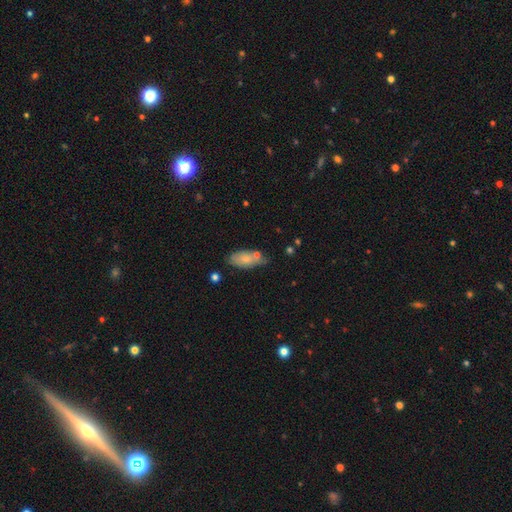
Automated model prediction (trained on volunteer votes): This appears to be a smooth galaxy with no disk features (71%) that is in between round and cigar-shaped (84%). Merging: none (59%).